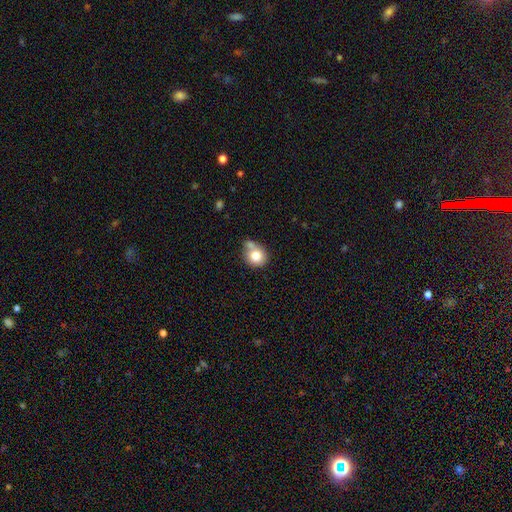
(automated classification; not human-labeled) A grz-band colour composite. It shows a smooth galaxy with no disk features (78%) that is round (76%). Merging: none (43%).